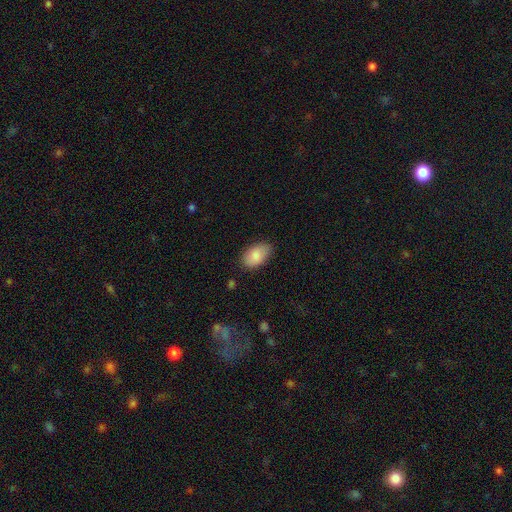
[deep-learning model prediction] A smooth galaxy with no disk features (85%) that is in between round and cigar-shaped (93%).

Vote fractions:
- Smooth or featured? smooth: 85% / featured or disk: 8% / star or artifact: 6%
- How rounded? in between: 93% / round: 6% / cigar-shaped: 1%
- Merging? none: 81% / minor disturbance: 15% / major disturbance: 3% / merger: 1%